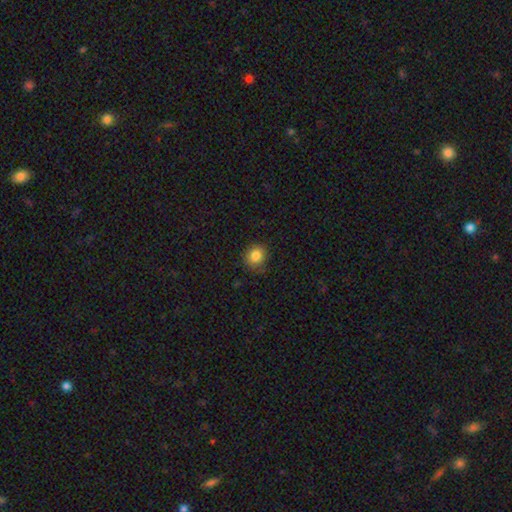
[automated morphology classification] smooth 84%, star or artifact 11%, featured or disk 5%. Down the decision tree: how rounded — round (82%); merging — none (84%).